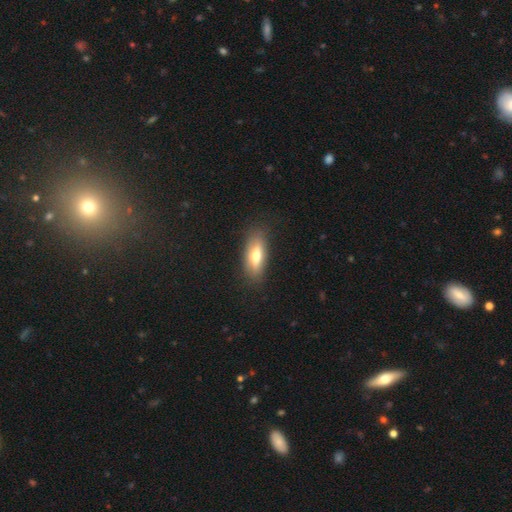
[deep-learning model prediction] Smooth or featured? Predicted: smooth (p=0.66). How rounded? Predicted: in between (p=0.66). Merging? Predicted: none (p=0.84).